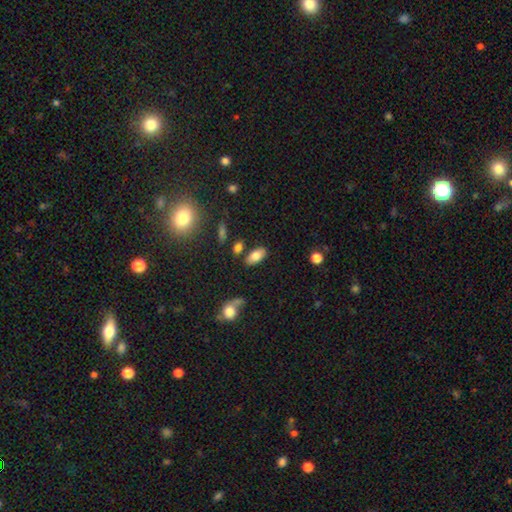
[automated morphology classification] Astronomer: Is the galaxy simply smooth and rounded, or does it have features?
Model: smooth — 80%.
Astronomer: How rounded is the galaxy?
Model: in between — 93%.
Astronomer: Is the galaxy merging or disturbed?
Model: none — 80%.